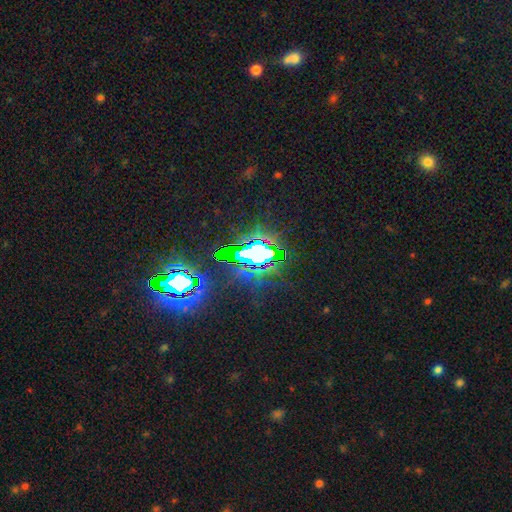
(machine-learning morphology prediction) Smooth or featured?
  - star or artifact: 72% *
  - smooth: 15%
  - featured or disk: 12%